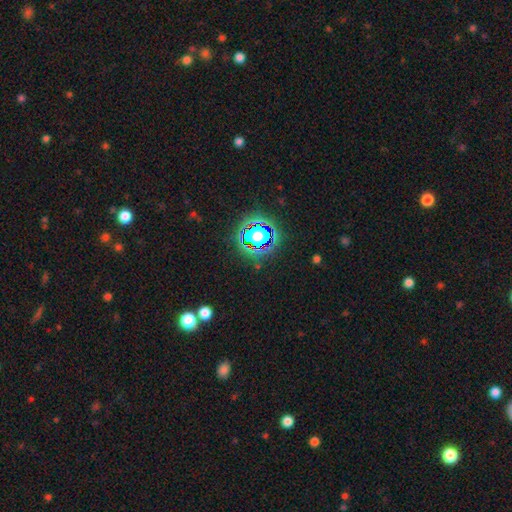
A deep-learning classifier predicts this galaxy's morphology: Q: Smooth or featured?
A: star or artifact (77%); runner-up: smooth (14%)